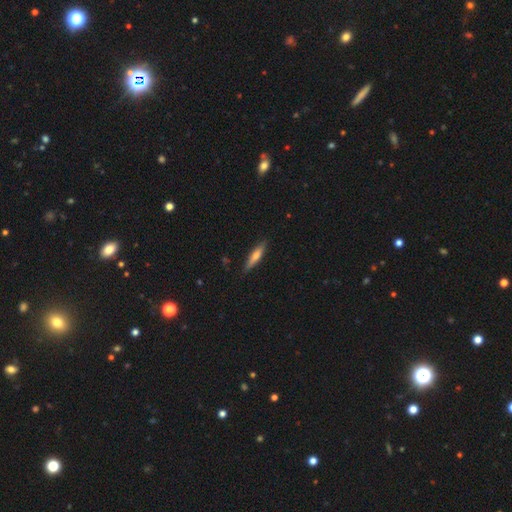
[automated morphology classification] smooth 59%, featured or disk 35%, star or artifact 6%. Down the decision tree: how rounded — cigar-shaped (83%); merging — none (86%).